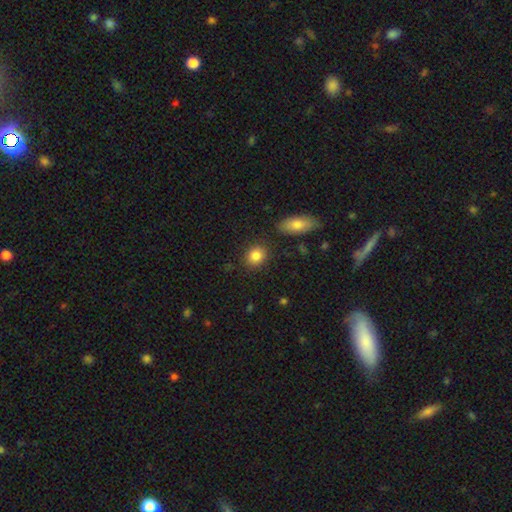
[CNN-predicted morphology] This appears to be a smooth galaxy with no disk features (85%) that is round (64%). Merging: none (85%).